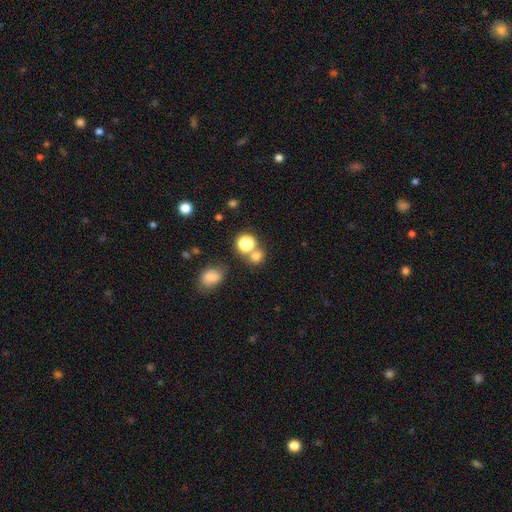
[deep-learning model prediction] This is likely a smooth galaxy (73%). How rounded: likely round (79%). Merging: likely none (61%).